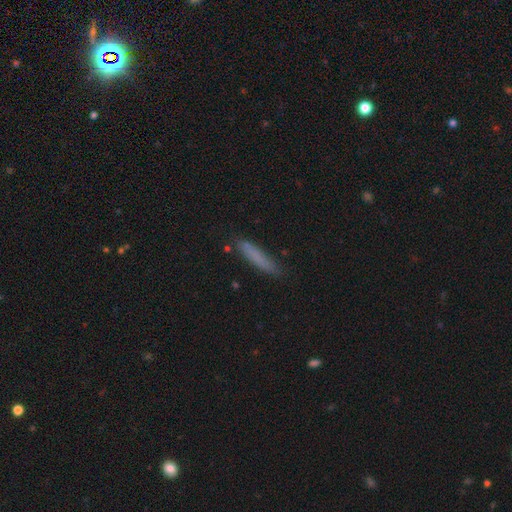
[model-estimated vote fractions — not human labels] Smooth or featured: smooth — 77% (featured or disk — 15%)
How rounded: cigar-shaped — 90% (in between — 8%)
Merging: none — 82% (minor disturbance — 13%)